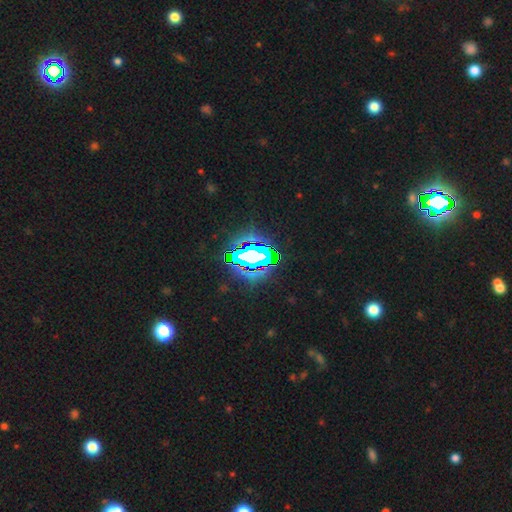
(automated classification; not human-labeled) Smooth or featured? star or artifact (68%)